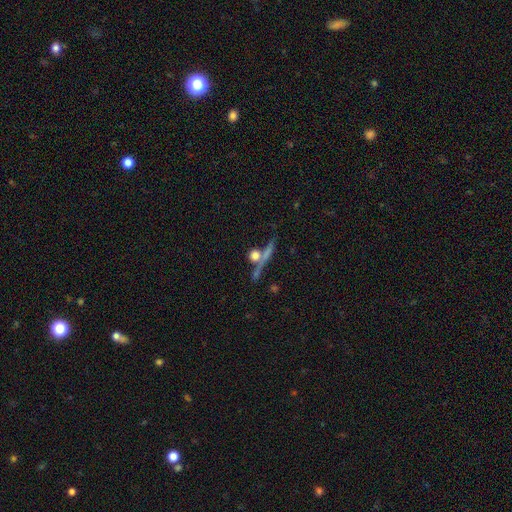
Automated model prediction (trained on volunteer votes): This is possibly a smooth galaxy (57%). How rounded: likely round (61%). Merging: possibly none (57%).